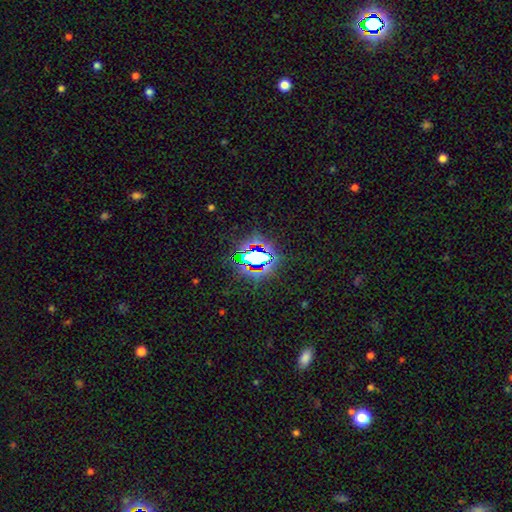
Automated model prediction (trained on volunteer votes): Overall: star or artifact (72%).